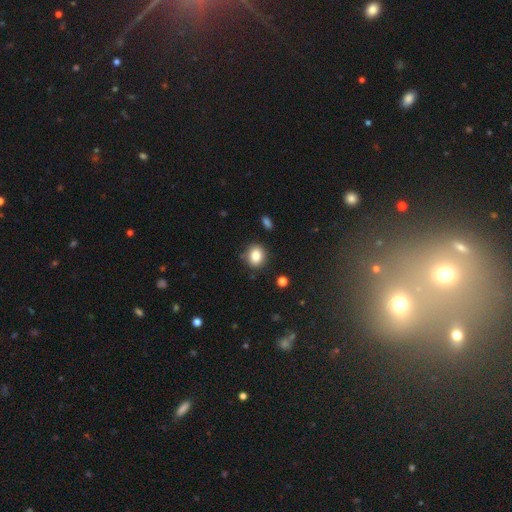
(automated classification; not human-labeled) A smooth galaxy with no disk features (85%) that is round (60%).

Vote fractions:
- Smooth or featured? smooth: 85% / star or artifact: 10% / featured or disk: 6%
- How rounded? round: 60% / in between: 39% / cigar-shaped: 1%
- Merging? none: 83% / minor disturbance: 12% / merger: 3% / major disturbance: 3%